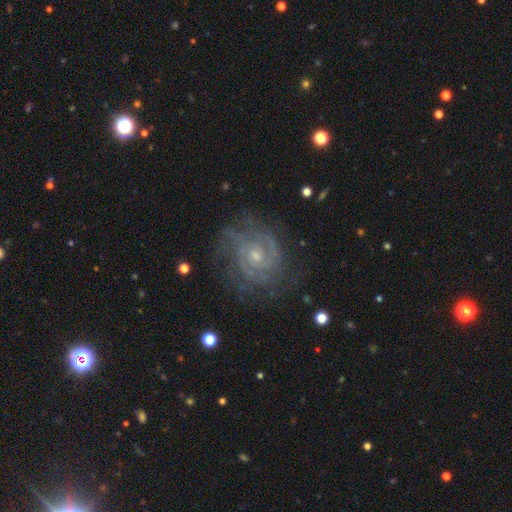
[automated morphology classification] featured or disk 85%, star or artifact 8%, smooth 7%. Down the decision tree: edge-on disk — no (98%); bar — no (74%); spiral arms — yes (95%); spiral arm count — can't tell (31%); spiral winding — tight (66%); bulge size — small (61%); merging — none (72%).